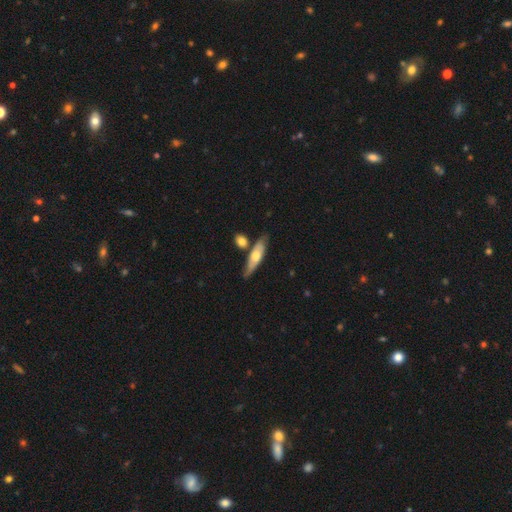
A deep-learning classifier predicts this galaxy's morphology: This appears to be a featured or disk galaxy (48%). Merging: none (69%).